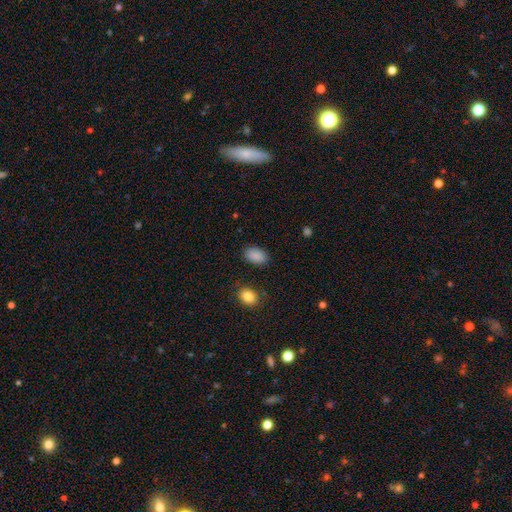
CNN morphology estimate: This appears to be a smooth galaxy with no disk features (89%) that is in between round and cigar-shaped (89%). Merging: none (87%).